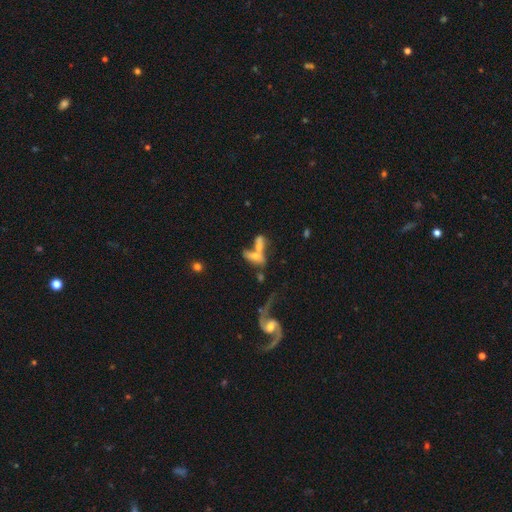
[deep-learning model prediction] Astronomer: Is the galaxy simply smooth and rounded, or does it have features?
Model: featured or disk — 45% (runner-up: smooth, 44%).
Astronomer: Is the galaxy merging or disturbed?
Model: merger — 59%.